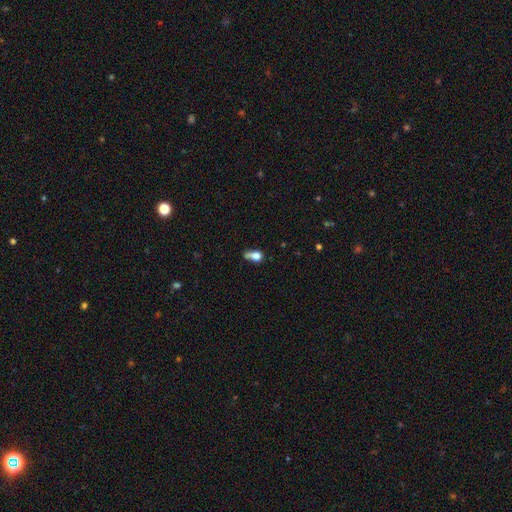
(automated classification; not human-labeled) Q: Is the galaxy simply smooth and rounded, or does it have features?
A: smooth — 71%.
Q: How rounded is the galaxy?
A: in between — 53%.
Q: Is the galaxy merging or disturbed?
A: none — 30%.